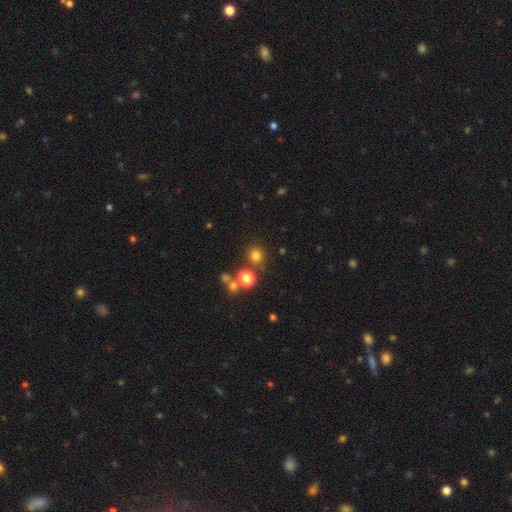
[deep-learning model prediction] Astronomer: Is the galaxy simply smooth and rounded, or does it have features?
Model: smooth — 76%.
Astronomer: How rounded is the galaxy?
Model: round — 89%.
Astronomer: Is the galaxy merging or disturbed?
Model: none — 78%.